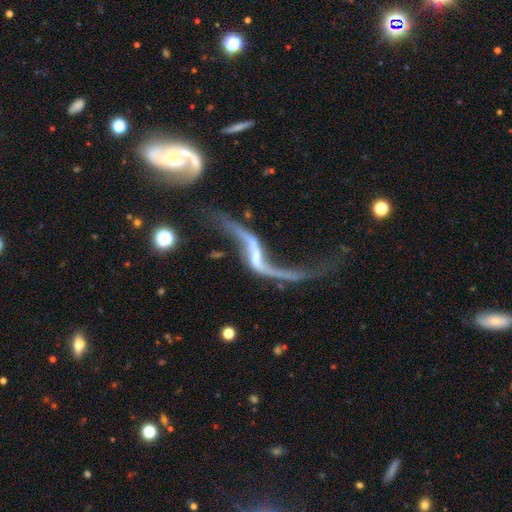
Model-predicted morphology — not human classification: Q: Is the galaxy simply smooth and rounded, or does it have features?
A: featured or disk — 90%.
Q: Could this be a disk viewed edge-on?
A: no — 89%.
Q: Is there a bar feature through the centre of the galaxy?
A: weak — 41%.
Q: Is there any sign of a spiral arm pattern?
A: yes — 92%.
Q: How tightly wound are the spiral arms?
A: loose — 96%.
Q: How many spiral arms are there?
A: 2 — 93%.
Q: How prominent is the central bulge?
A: small — 51%.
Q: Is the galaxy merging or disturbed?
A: none — 45%.